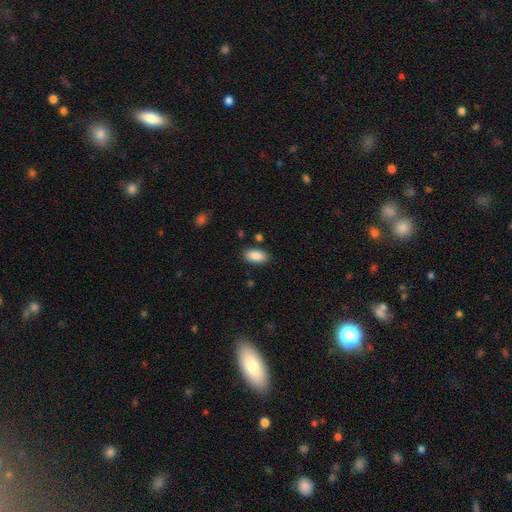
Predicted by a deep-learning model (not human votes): Smooth or featured? smooth (89%)
How rounded? in between (94%)
Merging? none (85%)